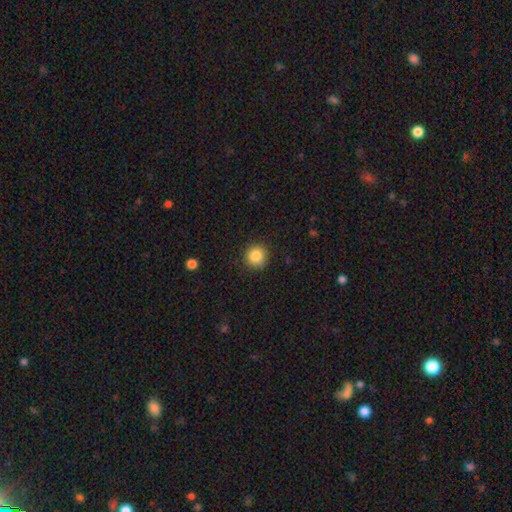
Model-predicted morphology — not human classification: Smooth or featured? smooth (85%)
How rounded? round (93%)
Merging? none (89%)